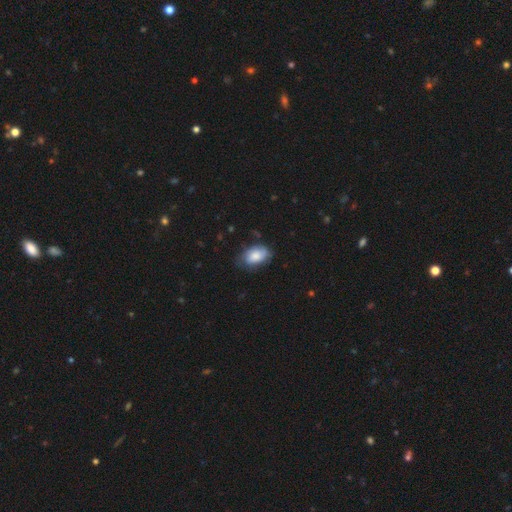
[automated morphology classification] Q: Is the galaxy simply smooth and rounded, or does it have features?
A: smooth — 74%.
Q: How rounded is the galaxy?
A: in between — 89%.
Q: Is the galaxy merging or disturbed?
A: none — 60%.